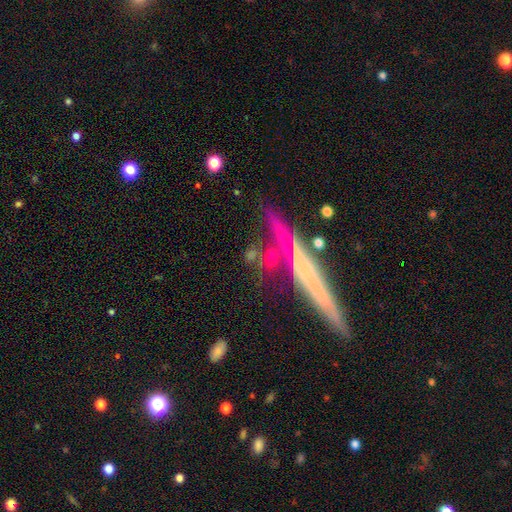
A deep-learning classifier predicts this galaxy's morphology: smooth-or-featured: smooth: 44% | featured or disk: 32% | star or artifact: 23%
  merging: none: 74% | minor disturbance: 13% | merger: 7% | major disturbance: 6%